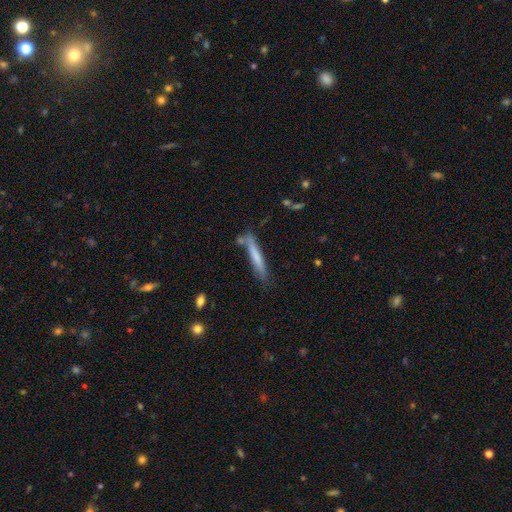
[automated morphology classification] type=smooth (67%); roundness=cigar-shaped (94%); merging=none (72%).